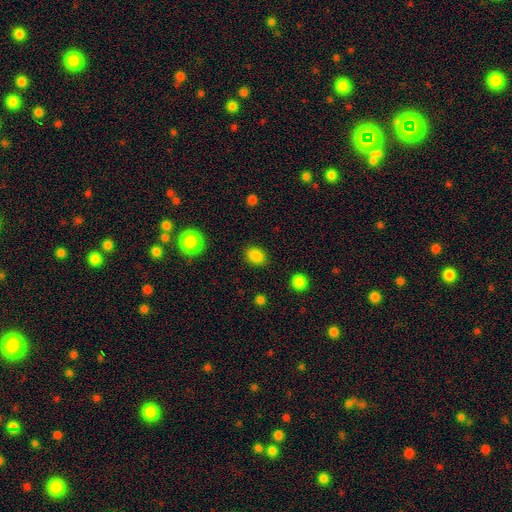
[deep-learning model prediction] Smooth or featured: smooth — 86% (star or artifact — 10%)
How rounded: in between — 52% (round — 47%)
Merging: none — 87% (minor disturbance — 9%)